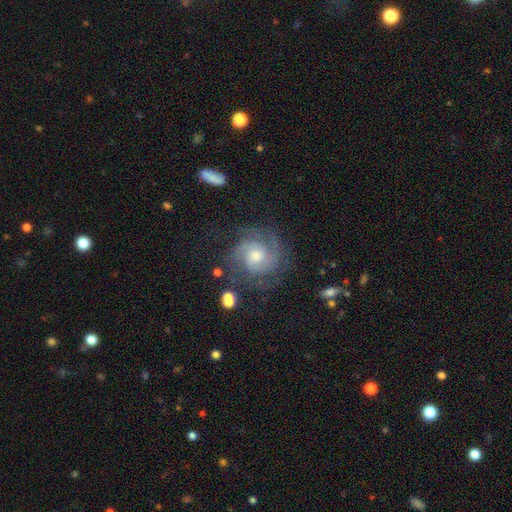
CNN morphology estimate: Smooth or featured? featured or disk (83%)
Edge-on disk? no (98%)
Bar? no (67%)
Spiral arms? yes (96%)
Spiral winding? tight (58%)
Spiral arm count? 2 (58%)
Bulge size? moderate (60%)
Merging? none (75%)